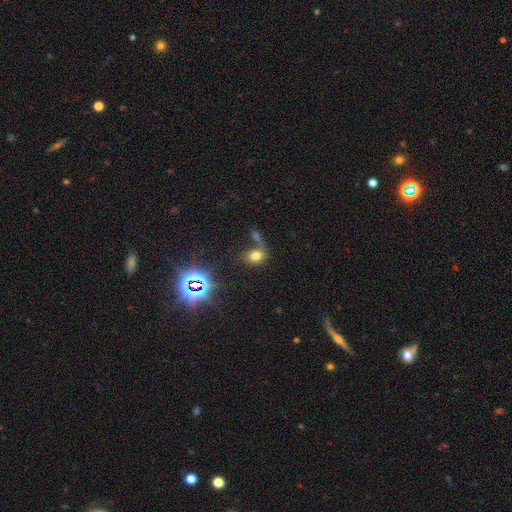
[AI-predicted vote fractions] The model was most divided on "merging": none: 42%, merger: 34%, minor disturbance: 12%, major disturbance: 12%. More confident: smooth or featured — smooth (67%); how rounded — in between (64%).